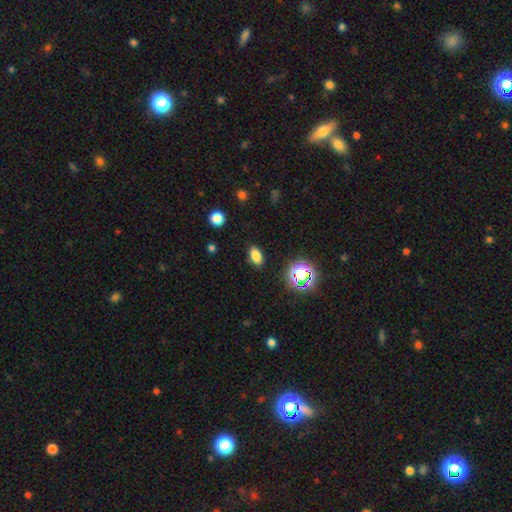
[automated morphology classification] smooth_or_featured: smooth (p=0.77) [alt: star or artifact p=0.17]
how_rounded: in between (p=0.88) [alt: round p=0.09]
merging: none (p=0.87) [alt: minor disturbance p=0.09]